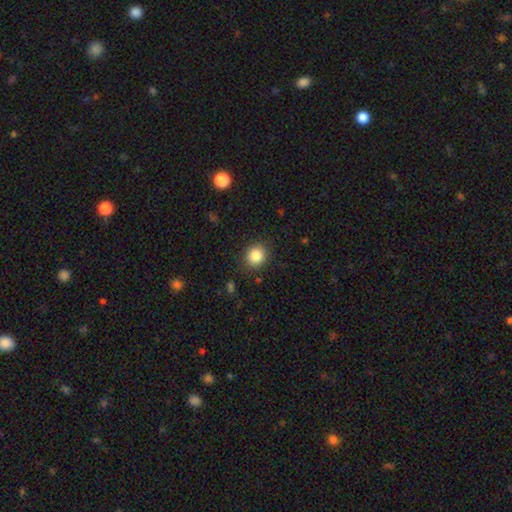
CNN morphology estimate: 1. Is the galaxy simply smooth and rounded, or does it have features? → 85% smooth, 10% star or artifact, 5% featured or disk.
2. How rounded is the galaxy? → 83% round, 16% in between, 1% cigar-shaped.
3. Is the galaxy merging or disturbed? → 87% none, 9% minor disturbance, 3% major disturbance, 1% merger.